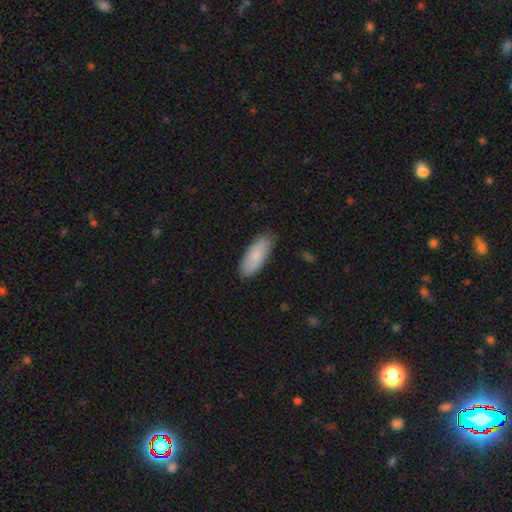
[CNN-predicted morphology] Smooth or featured: smooth — 86% (featured or disk — 8%)
How rounded: in between — 76% (cigar-shaped — 22%)
Merging: none — 84% (minor disturbance — 12%)